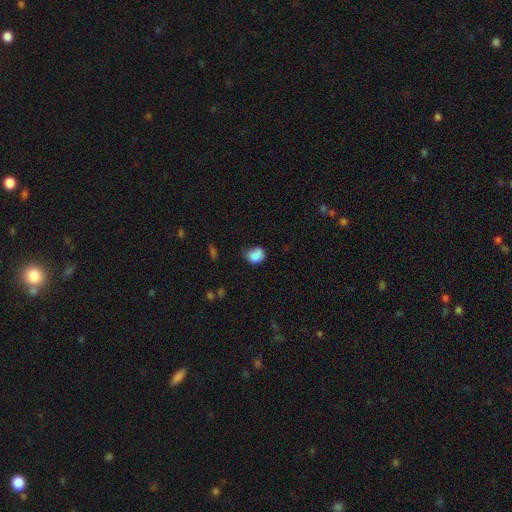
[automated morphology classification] Q: Smooth or featured?
A: smooth (83%); runner-up: star or artifact (9%)
Q: How rounded?
A: in between (50%); runner-up: round (49%)
Q: Merging?
A: none (45%); runner-up: minor disturbance (39%)